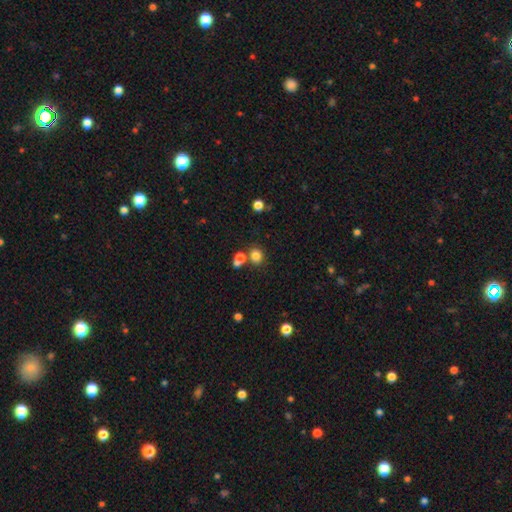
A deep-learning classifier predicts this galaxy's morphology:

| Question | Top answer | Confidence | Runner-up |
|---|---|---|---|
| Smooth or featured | smooth | 81% | star or artifact (13%) |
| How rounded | round | 65% | in between (34%) |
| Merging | none | 61% | merger (24%) |